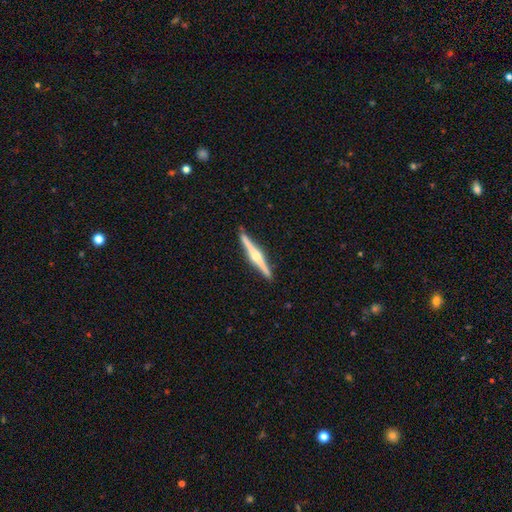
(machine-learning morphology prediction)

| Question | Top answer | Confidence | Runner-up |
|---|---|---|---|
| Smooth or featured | featured or disk | 81% | smooth (15%) |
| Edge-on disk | yes | 99% | no (1%) |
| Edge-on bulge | rounded | 90% | boxy (6%) |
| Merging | none | 91% | minor disturbance (6%) |